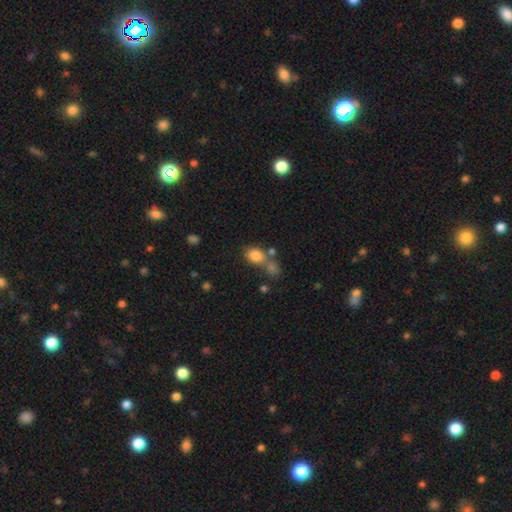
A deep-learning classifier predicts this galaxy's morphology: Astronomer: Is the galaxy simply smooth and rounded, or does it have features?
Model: smooth — 81%.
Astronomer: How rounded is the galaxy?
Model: in between — 62% (runner-up: round, 37%).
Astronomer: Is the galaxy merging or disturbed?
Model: none — 46% (runner-up: merger, 35%).